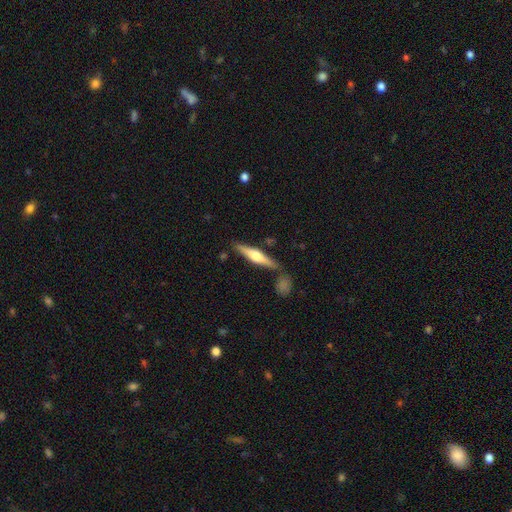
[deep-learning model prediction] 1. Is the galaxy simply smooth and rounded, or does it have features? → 62% featured or disk, 32% smooth, 6% star or artifact.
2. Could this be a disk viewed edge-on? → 97% yes, 3% no.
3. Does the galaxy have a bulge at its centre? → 90% rounded, 7% boxy, 3% none.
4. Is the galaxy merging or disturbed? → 80% none, 11% minor disturbance, 7% merger, 3% major disturbance.